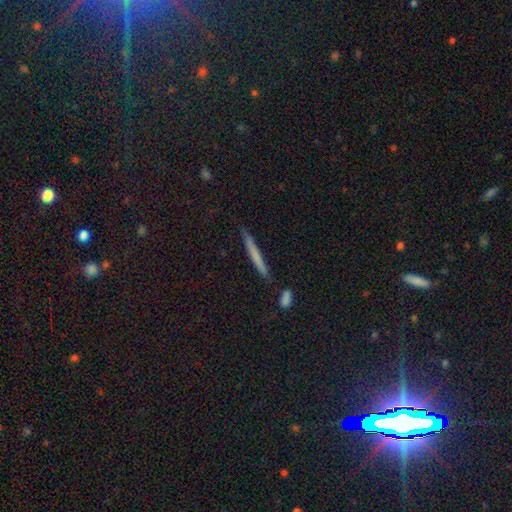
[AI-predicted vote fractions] Smooth or featured? smooth (61%)
How rounded? cigar-shaped (96%)
Merging? none (85%)